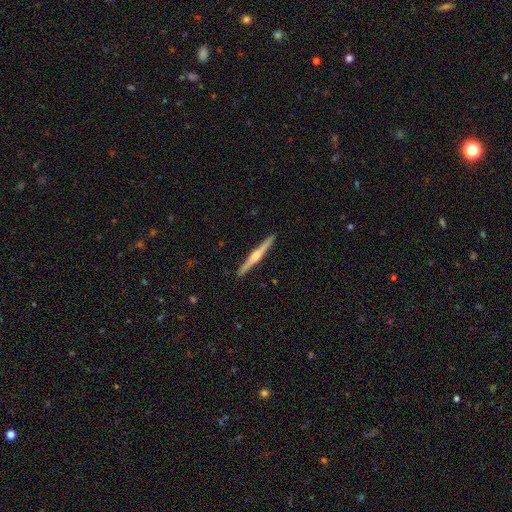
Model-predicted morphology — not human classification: Smooth or featured: featured or disk — 71% (smooth — 24%)
Edge-on disk: yes — 98% (no — 2%)
Edge-on bulge: rounded — 80% (boxy — 11%)
Merging: none — 92% (minor disturbance — 5%)